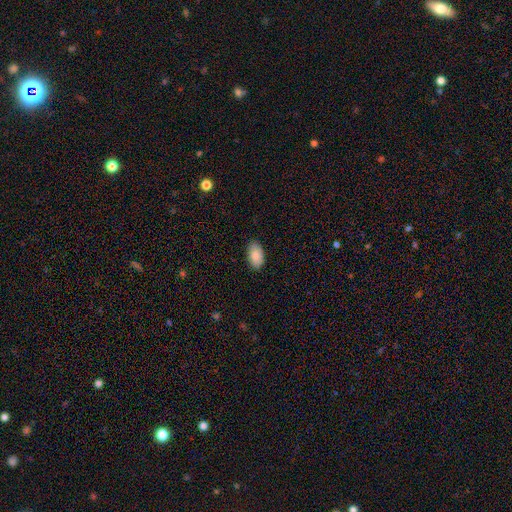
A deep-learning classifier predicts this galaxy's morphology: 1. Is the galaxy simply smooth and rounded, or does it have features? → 86% smooth, 7% featured or disk, 7% star or artifact.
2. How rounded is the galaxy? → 95% in between, 4% round, 1% cigar-shaped.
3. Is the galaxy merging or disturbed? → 87% none, 10% minor disturbance, 2% major disturbance, 1% merger.